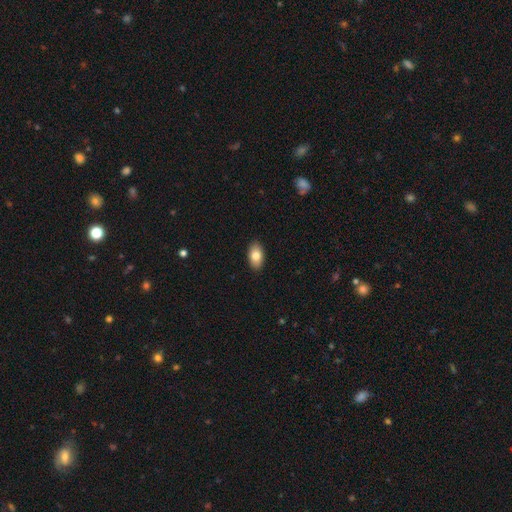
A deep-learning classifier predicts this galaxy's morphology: The model was most divided on "smooth or featured": smooth: 81%, featured or disk: 12%, star or artifact: 7%. More confident: how rounded — in between (93%); merging — none (90%).